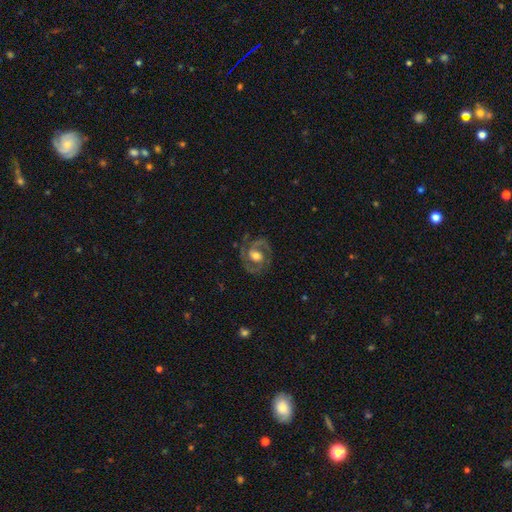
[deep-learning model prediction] Smooth or featured?
  - featured or disk: 87% *
  - smooth: 8%
  - star or artifact: 5%
Edge-on disk?
  - no: 98% *
  - yes: 2%
Bar?
  - no: 47% *
  - weak: 40%
  - strong: 13%
Spiral arms?
  - yes: 95% *
  - no: 5%
Spiral winding?
  - medium: 53% *
  - tight: 35%
  - loose: 11%
Spiral arm count?
  - 2: 84% *
  - 3: 6%
  - can't tell: 5%
  - 1: 2%
  - 4: 2%
  - more than 4: 1%
Bulge size?
  - moderate: 67% *
  - large: 16%
  - small: 14%
  - none: 2%
  - dominant: 1%
Merging?
  - none: 76% *
  - minor disturbance: 15%
  - major disturbance: 7%
  - merger: 1%